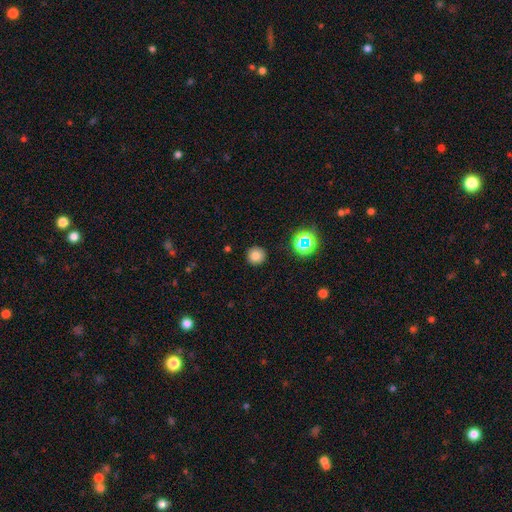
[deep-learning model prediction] This is likely a smooth galaxy (77%). How rounded: clearly round (95%). Merging: clearly none (91%).